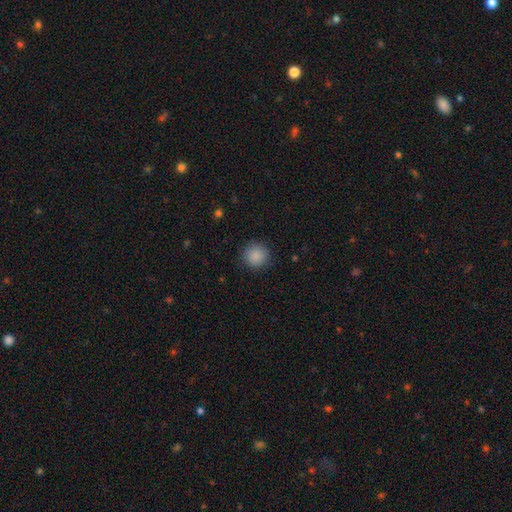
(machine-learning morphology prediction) smooth_or_featured: smooth (p=0.88) [alt: star or artifact p=0.09]
how_rounded: round (p=0.94) [alt: in between p=0.05]
merging: none (p=0.89) [alt: minor disturbance p=0.07]